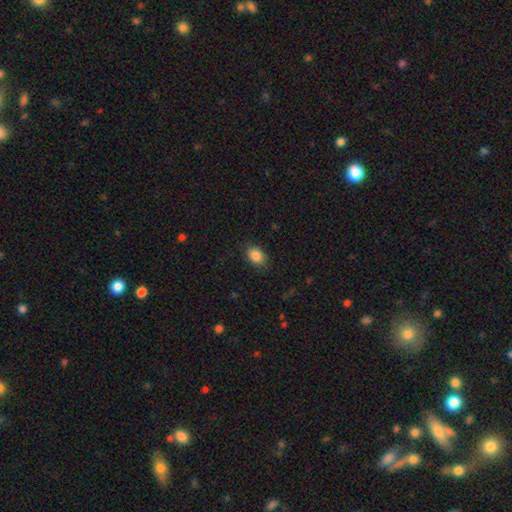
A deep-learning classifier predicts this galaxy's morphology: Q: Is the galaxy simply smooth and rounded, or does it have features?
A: smooth — 87%.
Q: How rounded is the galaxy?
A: in between — 71%.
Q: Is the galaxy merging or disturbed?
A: none — 83%.